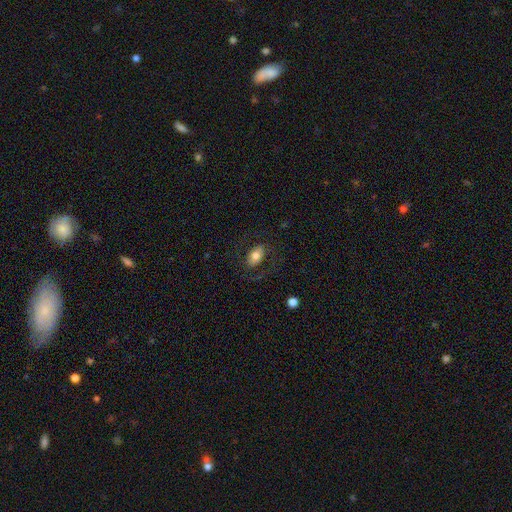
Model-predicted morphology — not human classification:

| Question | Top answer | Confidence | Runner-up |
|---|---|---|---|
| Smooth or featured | smooth | 66% | featured or disk (26%) |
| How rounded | in between | 89% | round (9%) |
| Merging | none | 76% | minor disturbance (13%) |